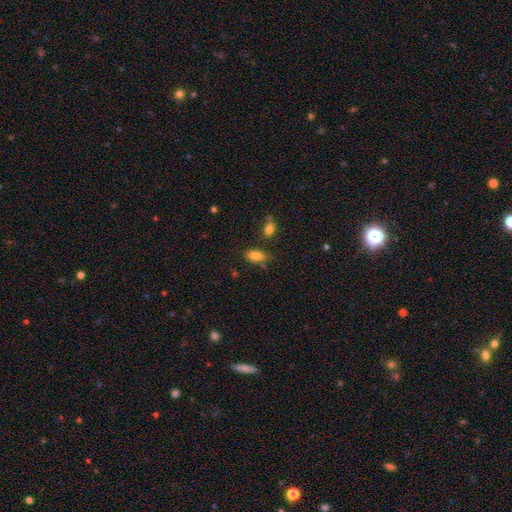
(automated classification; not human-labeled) Morphology: type=smooth (81%); roundness=in between (88%); merging=none (69%).